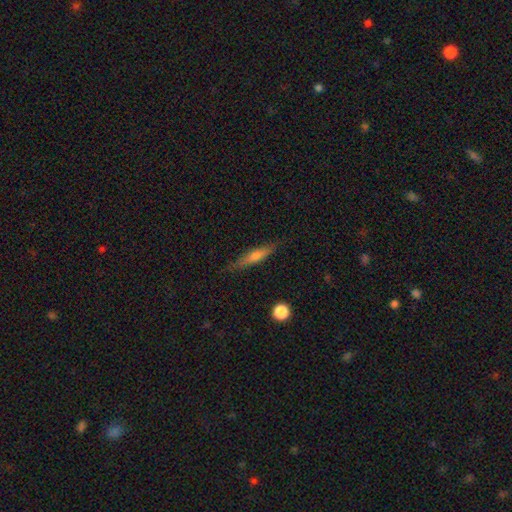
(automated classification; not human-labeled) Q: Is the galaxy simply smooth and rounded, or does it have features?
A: featured or disk — 53%.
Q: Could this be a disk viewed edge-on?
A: yes — 94%.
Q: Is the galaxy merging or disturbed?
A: none — 86%.